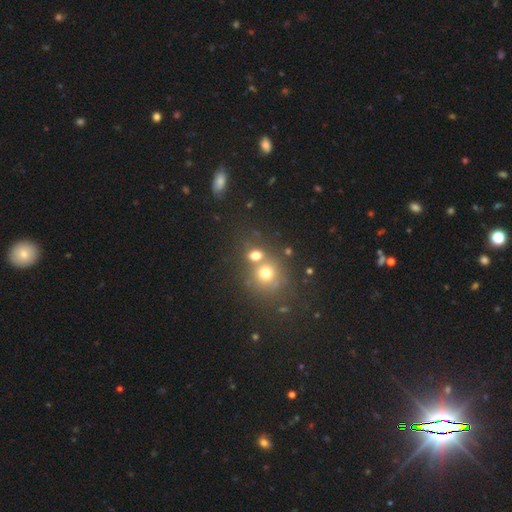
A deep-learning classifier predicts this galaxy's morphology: Smooth or featured? smooth (69%)
How rounded? round (72%)
Merging? merger (46%)